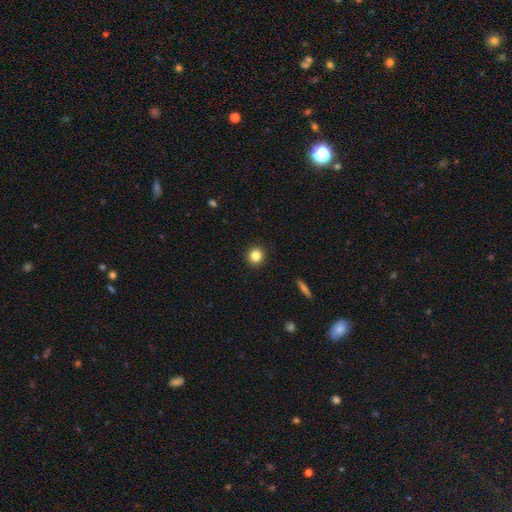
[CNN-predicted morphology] Smooth or featured? Predicted: smooth (p=0.84). How rounded? Predicted: round (p=0.93). Merging? Predicted: none (p=0.93).